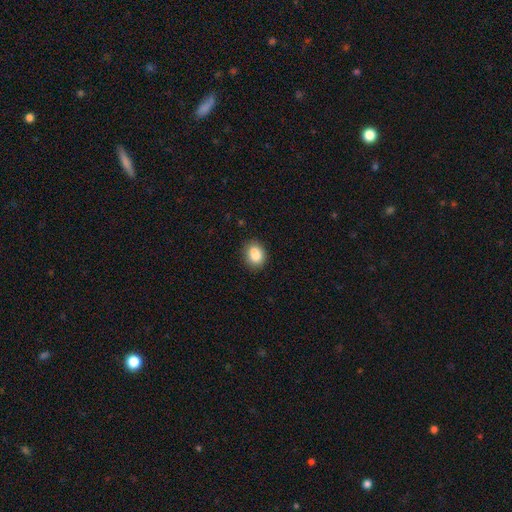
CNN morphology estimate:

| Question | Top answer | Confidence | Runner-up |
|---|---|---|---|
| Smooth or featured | smooth | 83% | star or artifact (9%) |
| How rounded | in between | 56% | round (43%) |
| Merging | none | 75% | minor disturbance (15%) |